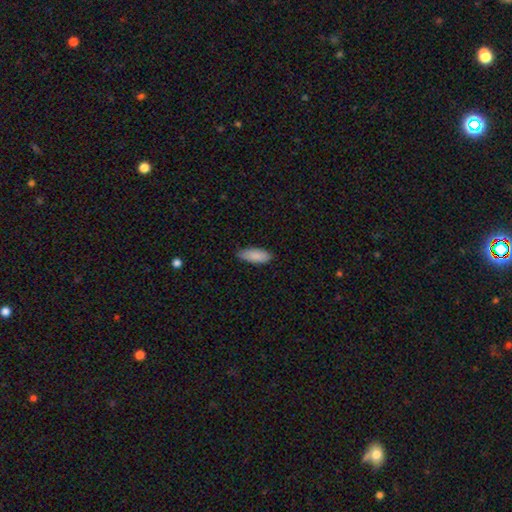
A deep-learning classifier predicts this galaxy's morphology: The model was most divided on "merging": none: 77%, minor disturbance: 19%, major disturbance: 2%, merger: 1%. More confident: smooth or featured — smooth (88%); how rounded — in between (80%).